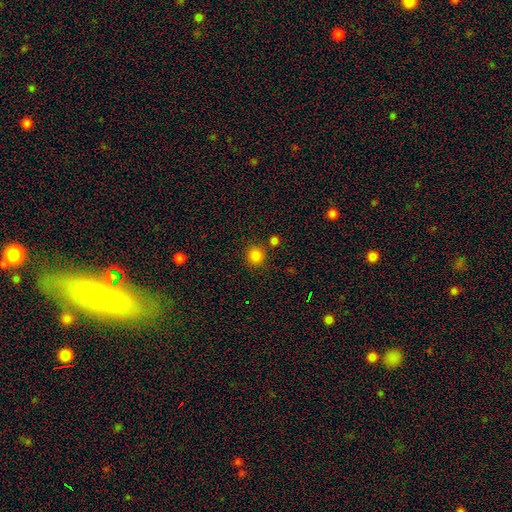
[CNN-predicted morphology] A smooth galaxy with no disk features (84%) that is round (92%).

Vote fractions:
- Smooth or featured? smooth: 84% / star or artifact: 12% / featured or disk: 4%
- How rounded? round: 92% / in between: 7% / cigar-shaped: 1%
- Merging? none: 83% / minor disturbance: 7% / merger: 7% / major disturbance: 3%